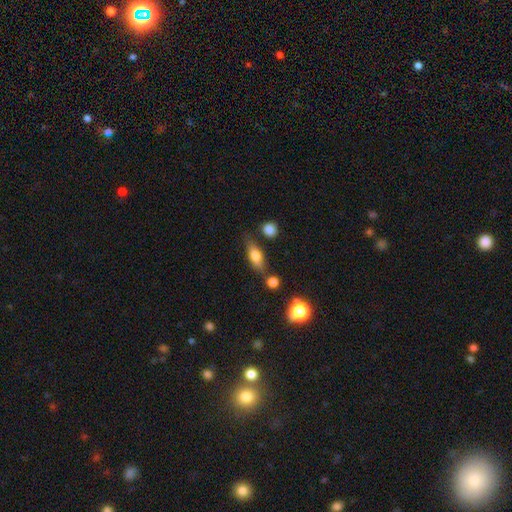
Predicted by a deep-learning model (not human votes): A smooth galaxy with no disk features (62%) that is in between round and cigar-shaped (64%). Merging: none (67%).